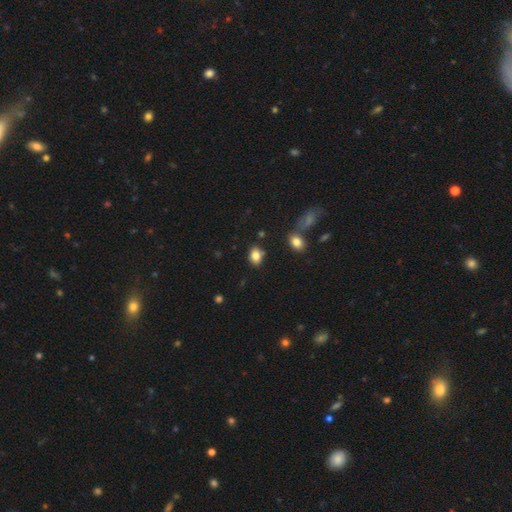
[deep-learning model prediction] Smooth or featured?
  - smooth: 82% *
  - star or artifact: 9%
  - featured or disk: 8%
How rounded?
  - in between: 70% *
  - round: 29%
  - cigar-shaped: 1%
Merging?
  - none: 79% *
  - minor disturbance: 13%
  - merger: 5%
  - major disturbance: 3%